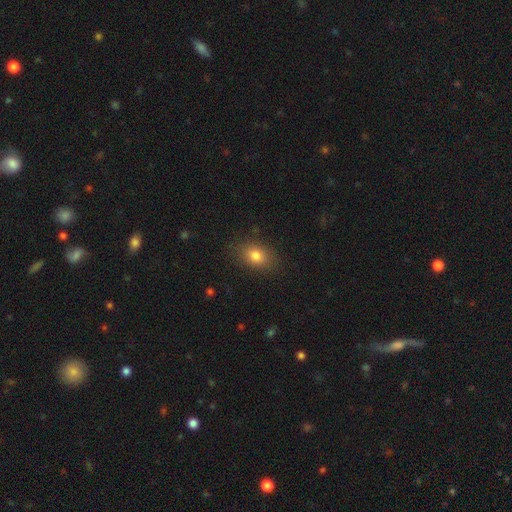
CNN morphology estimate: Overall: smooth (81%). How rounded: in between (74%). Merging: none (84%).